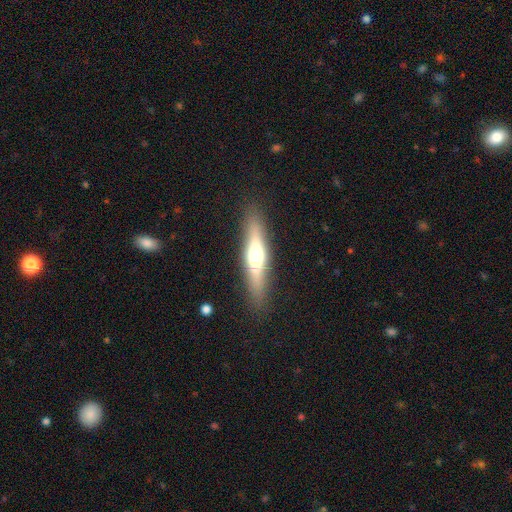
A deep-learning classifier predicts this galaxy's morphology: Overall: featured or disk (56%; smooth 38%). Edge-on disk: yes (91%). Edge-on bulge: rounded (91%). Merging: none (88%).